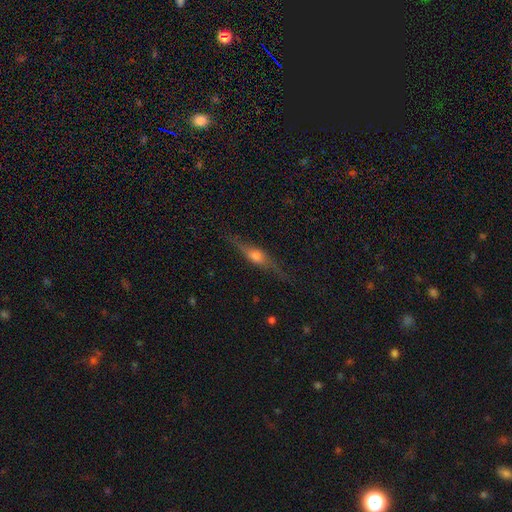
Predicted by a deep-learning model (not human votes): Smooth or featured? featured or disk (68%)
Edge-on disk? yes (93%)
Edge-on bulge? rounded (88%)
Merging? none (80%)